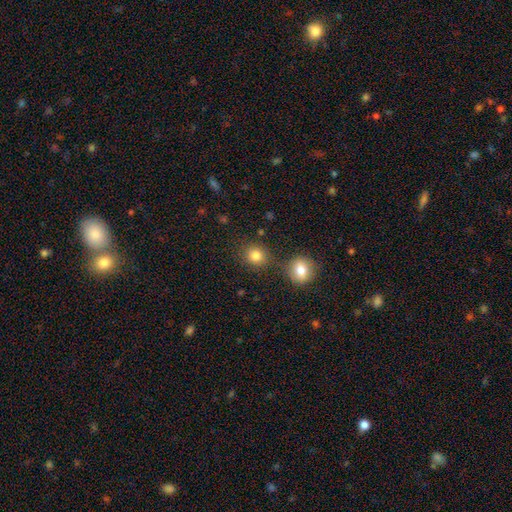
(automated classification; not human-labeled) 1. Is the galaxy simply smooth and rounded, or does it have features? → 83% smooth, 11% star or artifact, 5% featured or disk.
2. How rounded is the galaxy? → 82% round, 17% in between, 1% cigar-shaped.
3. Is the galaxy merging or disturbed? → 76% none, 12% merger, 9% minor disturbance, 3% major disturbance.